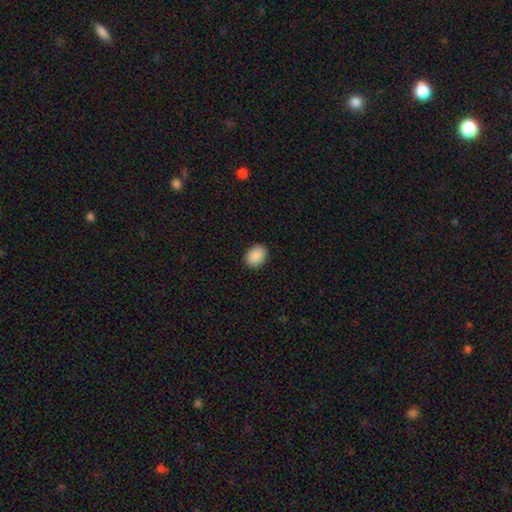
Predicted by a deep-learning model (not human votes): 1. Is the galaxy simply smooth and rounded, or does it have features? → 90% smooth, 7% star or artifact, 3% featured or disk.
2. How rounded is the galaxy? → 69% in between, 30% round, 1% cigar-shaped.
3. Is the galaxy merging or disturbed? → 90% none, 8% minor disturbance, 2% major disturbance, 1% merger.